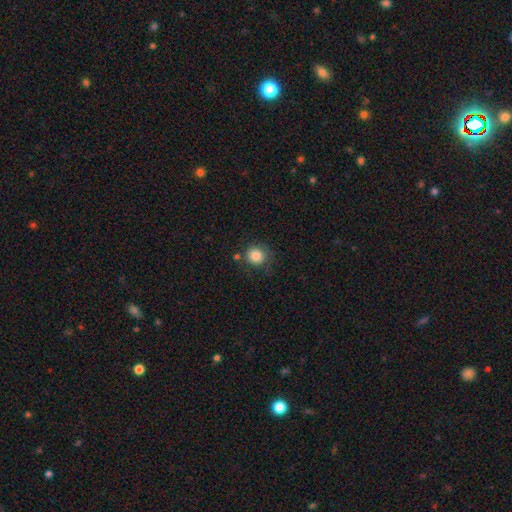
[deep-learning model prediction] Morphology: type=smooth (85%); roundness=round (89%); merging=none (75%).